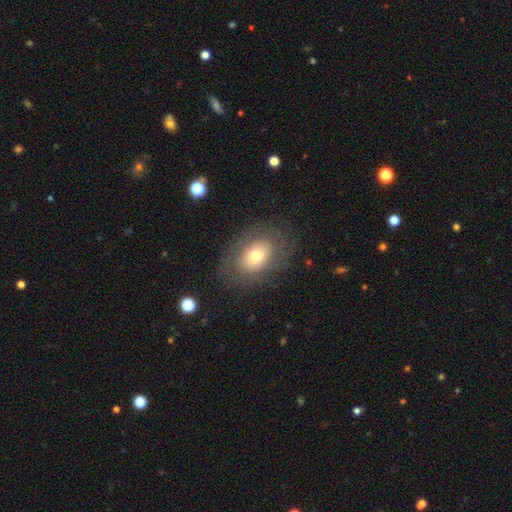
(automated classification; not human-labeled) Smooth or featured: smooth — 56% (featured or disk — 34%)
How rounded: in between — 78% (round — 21%)
Merging: none — 77% (minor disturbance — 13%)